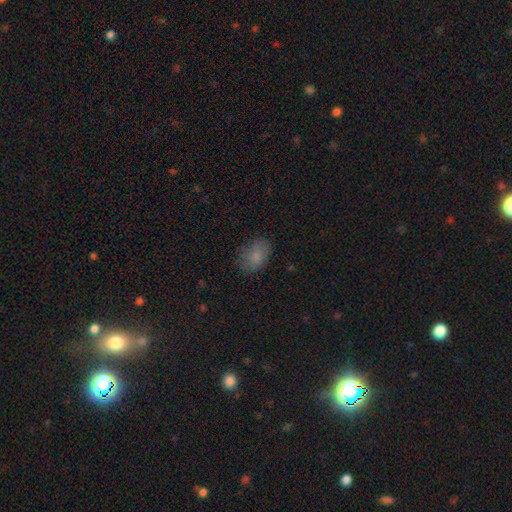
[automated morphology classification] This appears to be a smooth galaxy with no disk features (81%) that is in between round and cigar-shaped (83%). Merging: none (75%).